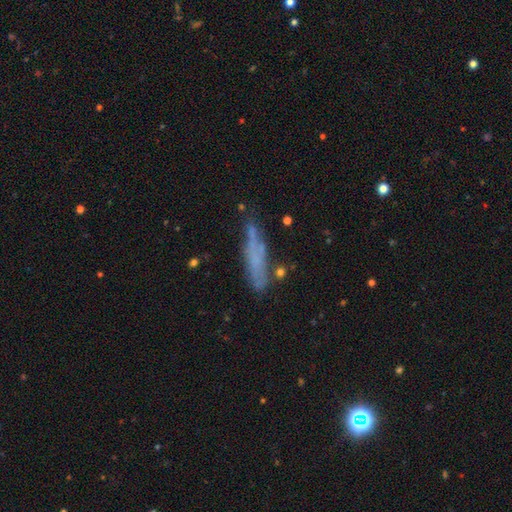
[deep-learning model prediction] smooth-or-featured: smooth: 48% | featured or disk: 40% | star or artifact: 11%
  merging: none: 61% | minor disturbance: 24% | major disturbance: 9% | merger: 6%